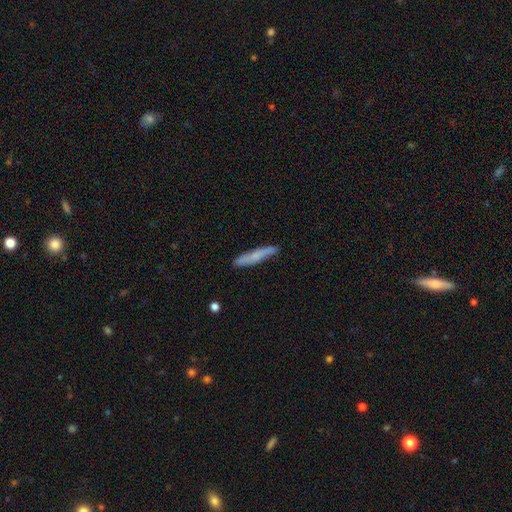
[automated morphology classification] type=smooth (63%); roundness=cigar-shaped (94%); merging=none (86%).